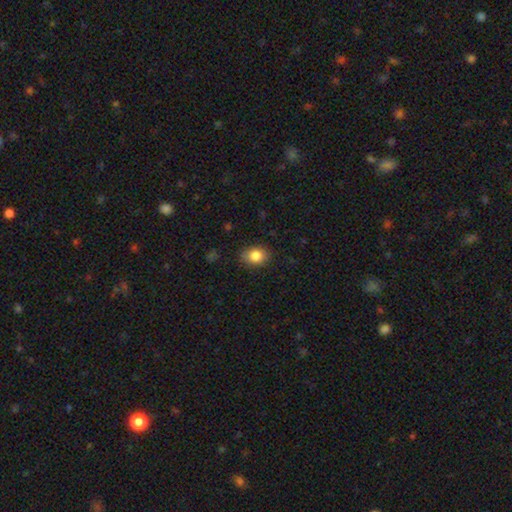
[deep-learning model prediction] Overall: smooth (84%). How rounded: in between (62%; round 37%). Merging: none (85%).